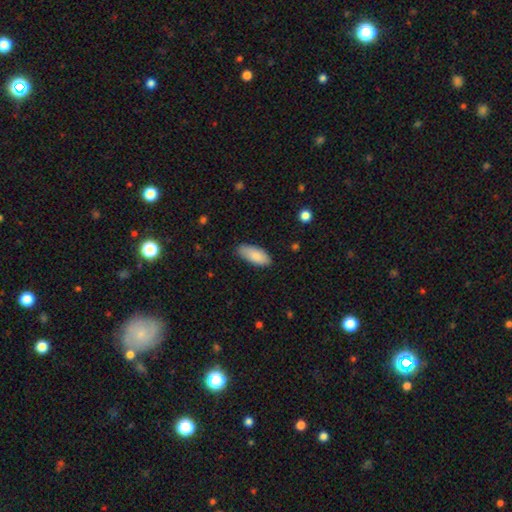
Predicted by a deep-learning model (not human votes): Smooth or featured: smooth — 87% (featured or disk — 8%)
How rounded: in between — 86% (cigar-shaped — 12%)
Merging: none — 82% (minor disturbance — 14%)